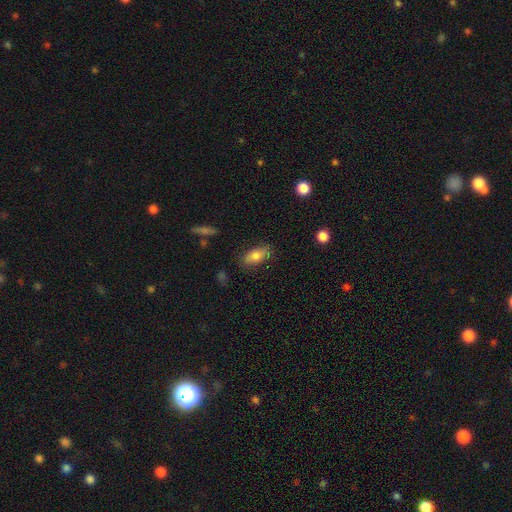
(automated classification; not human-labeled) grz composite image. It shows a smooth galaxy with no disk features (80%) that is in between round and cigar-shaped (86%). Merging: none (81%).